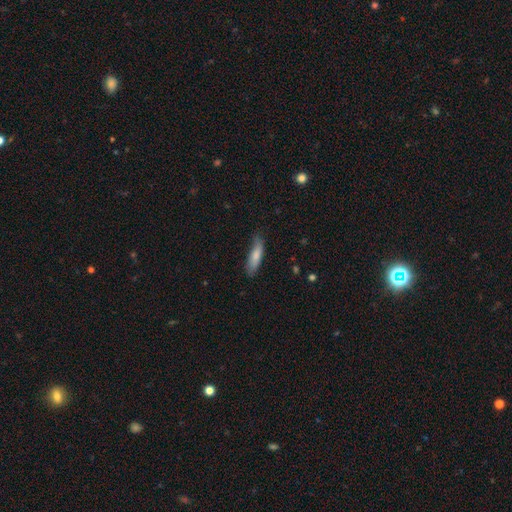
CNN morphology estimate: Overall: smooth (80%). How rounded: cigar-shaped (61%; in between 38%). Merging: none (69%).